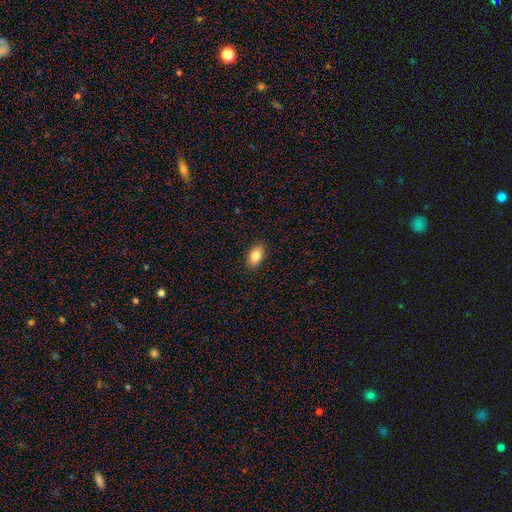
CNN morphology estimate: type=smooth (84%); roundness=in between (91%); merging=none (88%).